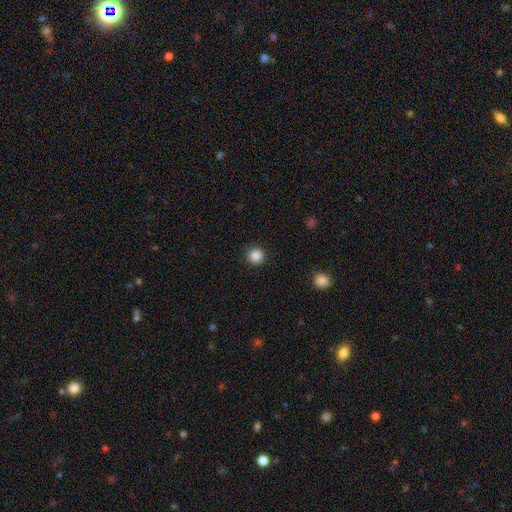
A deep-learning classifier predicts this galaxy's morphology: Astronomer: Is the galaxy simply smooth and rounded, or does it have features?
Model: smooth — 86%.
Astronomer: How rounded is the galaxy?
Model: round — 95%.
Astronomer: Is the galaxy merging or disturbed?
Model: none — 92%.